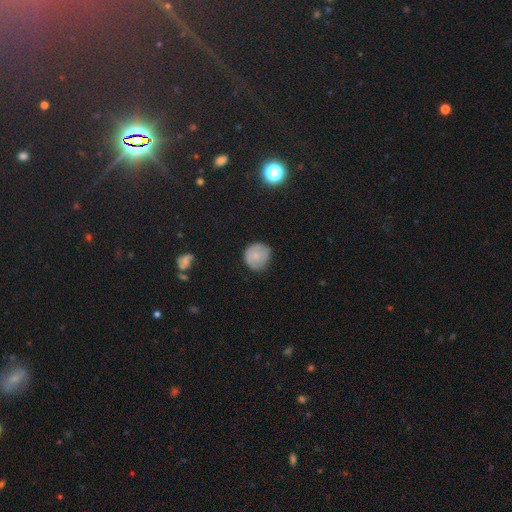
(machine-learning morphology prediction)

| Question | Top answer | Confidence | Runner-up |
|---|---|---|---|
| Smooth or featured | smooth | 74% | featured or disk (17%) |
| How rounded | round | 90% | in between (9%) |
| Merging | none | 72% | minor disturbance (22%) |